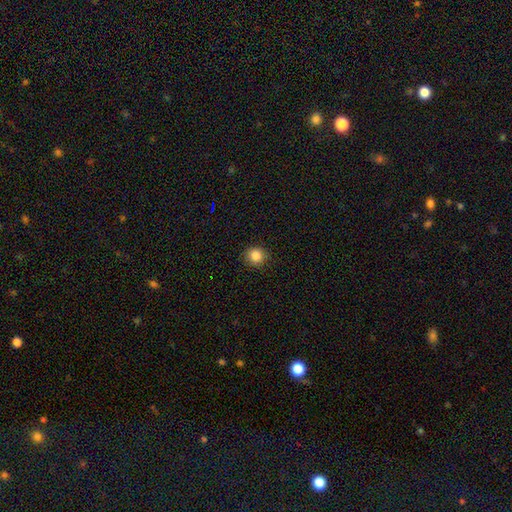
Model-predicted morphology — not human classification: Smooth or featured? smooth (86%)
How rounded? round (91%)
Merging? none (90%)